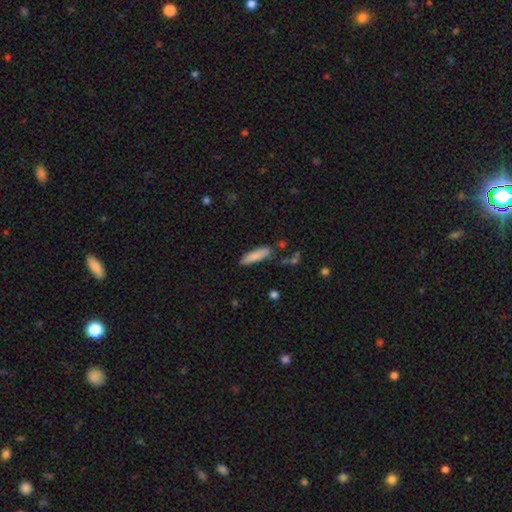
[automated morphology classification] Smooth or featured? Predicted: smooth (p=0.85). How rounded? Predicted: cigar-shaped (p=0.65). Merging? Predicted: none (p=0.79).